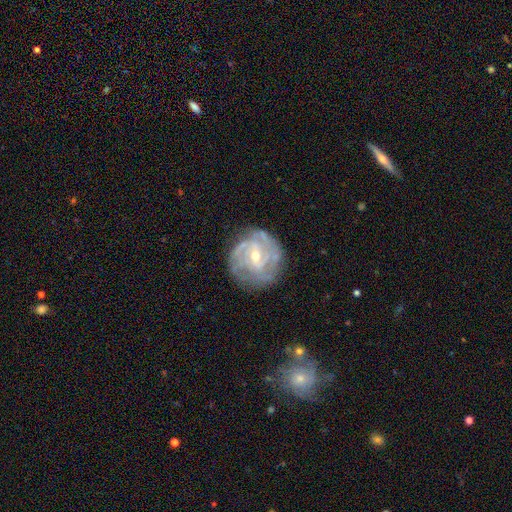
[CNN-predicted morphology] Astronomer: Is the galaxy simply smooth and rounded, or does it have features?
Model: featured or disk — 82%.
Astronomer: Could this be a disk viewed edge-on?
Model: no — 97%.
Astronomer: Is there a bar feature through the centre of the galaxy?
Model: weak — 46% (runner-up: no, 38%).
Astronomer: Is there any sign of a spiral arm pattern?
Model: yes — 90%.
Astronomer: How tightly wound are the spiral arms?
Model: tight — 57% (runner-up: medium, 33%).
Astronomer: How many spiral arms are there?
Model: can't tell — 34% (runner-up: 2, 27%).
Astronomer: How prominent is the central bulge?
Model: small — 55% (runner-up: moderate, 42%).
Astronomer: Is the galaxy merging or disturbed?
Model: none — 74%.